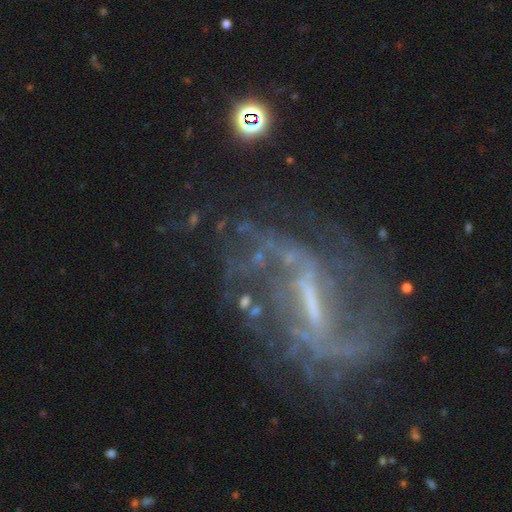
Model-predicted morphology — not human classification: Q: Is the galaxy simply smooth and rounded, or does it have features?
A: featured or disk — 85%.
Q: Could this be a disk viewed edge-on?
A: no — 95%.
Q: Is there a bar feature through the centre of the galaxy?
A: strong — 63%.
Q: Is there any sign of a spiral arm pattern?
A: yes — 89%.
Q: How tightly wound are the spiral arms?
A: loose — 42%.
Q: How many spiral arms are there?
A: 2 — 52%.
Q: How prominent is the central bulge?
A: none — 38%.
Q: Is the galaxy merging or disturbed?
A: none — 56%.